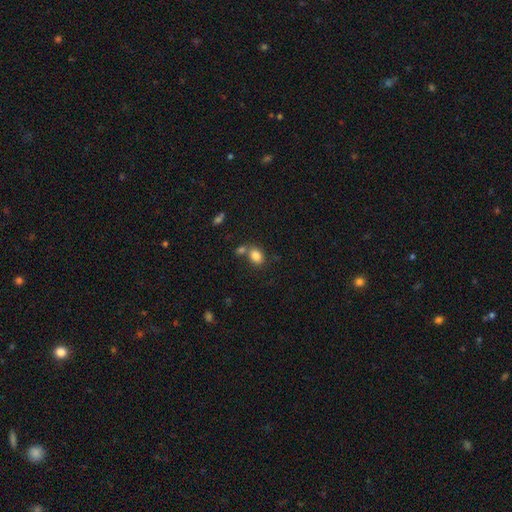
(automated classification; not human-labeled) A smooth galaxy with no disk features (83%) that is in between round and cigar-shaped (64%). Merging: none (56%).